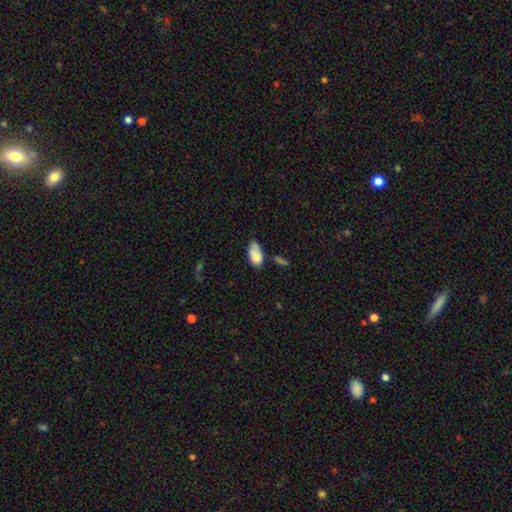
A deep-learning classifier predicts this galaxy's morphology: This appears to be a smooth galaxy with no disk features (82%) that is in between round and cigar-shaped (92%). Merging: none (47%).